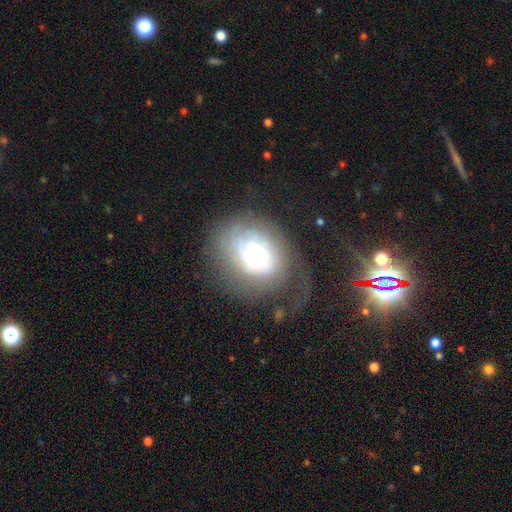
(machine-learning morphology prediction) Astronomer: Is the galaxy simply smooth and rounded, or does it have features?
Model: featured or disk — 53% (runner-up: smooth, 37%).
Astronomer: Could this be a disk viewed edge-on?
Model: no — 96%.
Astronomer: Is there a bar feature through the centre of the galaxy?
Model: no — 80%.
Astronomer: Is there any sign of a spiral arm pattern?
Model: yes — 64%.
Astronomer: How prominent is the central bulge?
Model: moderate — 40% (runner-up: small, 38%).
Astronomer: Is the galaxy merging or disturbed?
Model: none — 40% (runner-up: major disturbance, 36%).